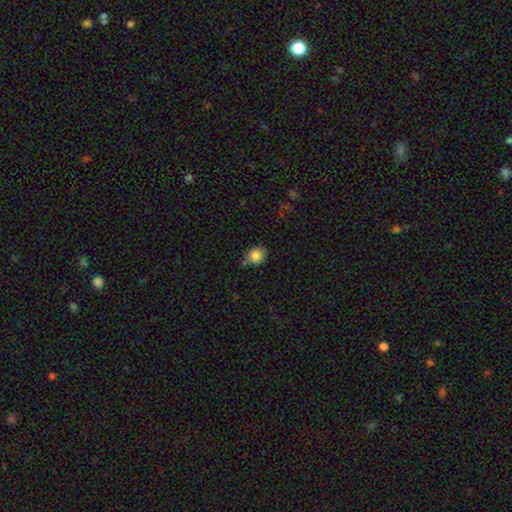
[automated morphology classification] The model was most divided on "merging": none: 67%, minor disturbance: 21%, merger: 8%, major disturbance: 4%. More confident: smooth or featured — smooth (85%); how rounded — round (75%).